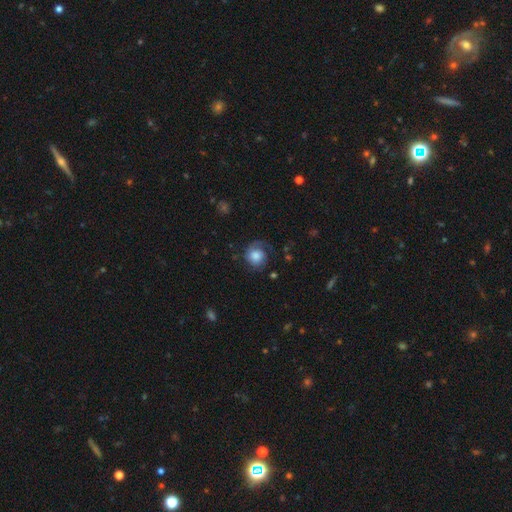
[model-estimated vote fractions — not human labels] Smooth or featured: featured or disk — 46% (smooth — 45%)
Merging: none — 58% (minor disturbance — 21%)